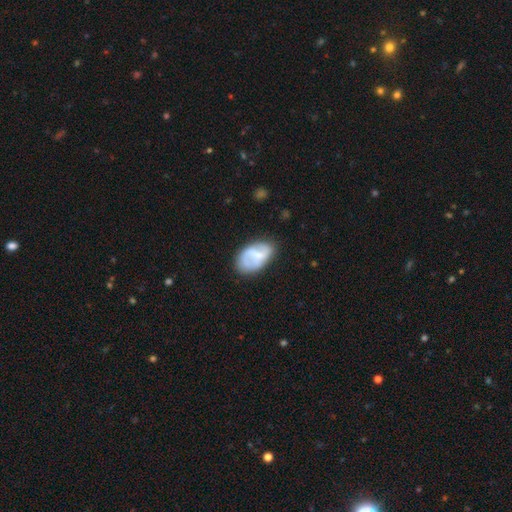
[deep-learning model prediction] Smooth or featured? Predicted: featured or disk (p=0.50). Edge-on disk? Predicted: no (p=0.96). Merging? Predicted: none (p=0.64).